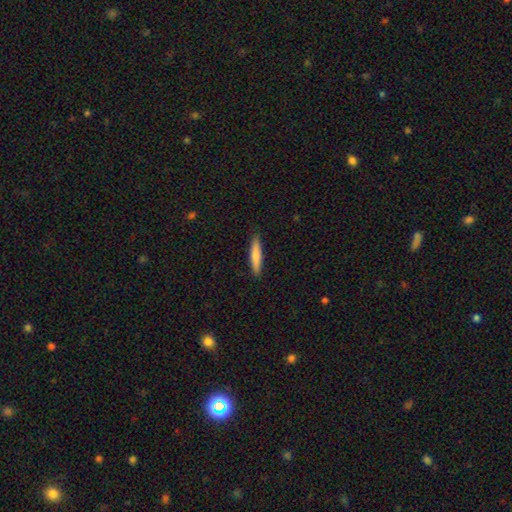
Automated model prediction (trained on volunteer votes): A smooth galaxy with no disk features (80%) that is cigar-shaped (88%). Merging: none (90%).